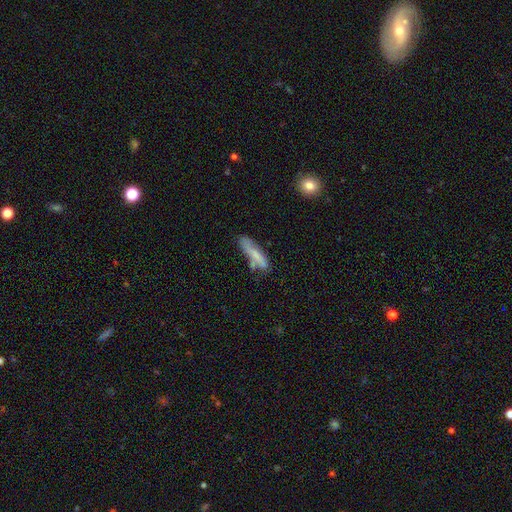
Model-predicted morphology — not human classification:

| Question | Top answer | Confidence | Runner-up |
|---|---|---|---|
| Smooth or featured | smooth | 64% | featured or disk (29%) |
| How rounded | cigar-shaped | 78% | in between (20%) |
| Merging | none | 56% | minor disturbance (26%) |